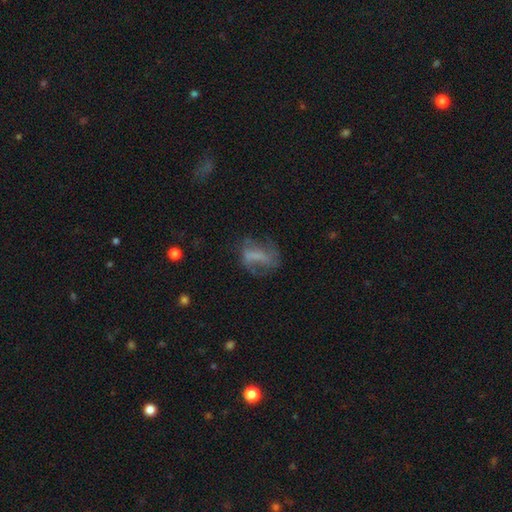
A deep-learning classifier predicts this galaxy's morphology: Q: Smooth or featured?
A: featured or disk (46%); runner-up: smooth (40%)
Q: Merging?
A: none (44%); runner-up: major disturbance (28%)